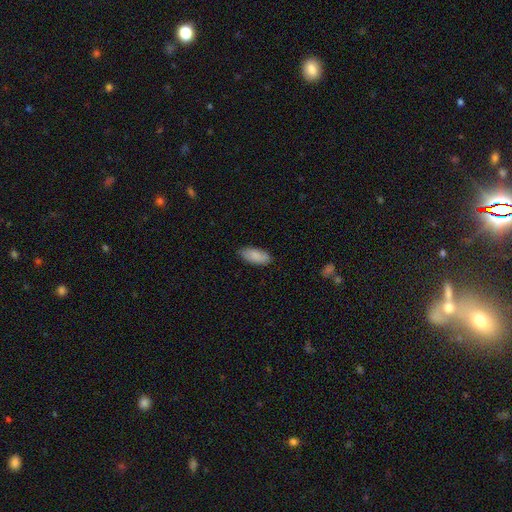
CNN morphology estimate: Smooth or featured? smooth (87%)
How rounded? in between (86%)
Merging? none (80%)